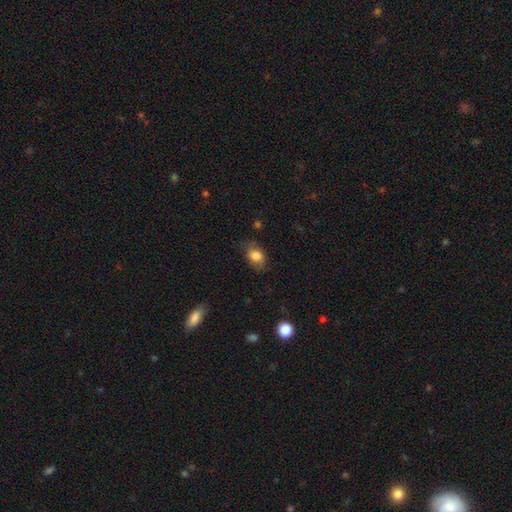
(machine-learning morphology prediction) smooth 81%, featured or disk 11%, star or artifact 9%. Down the decision tree: how rounded — in between (78%); merging — none (62%).